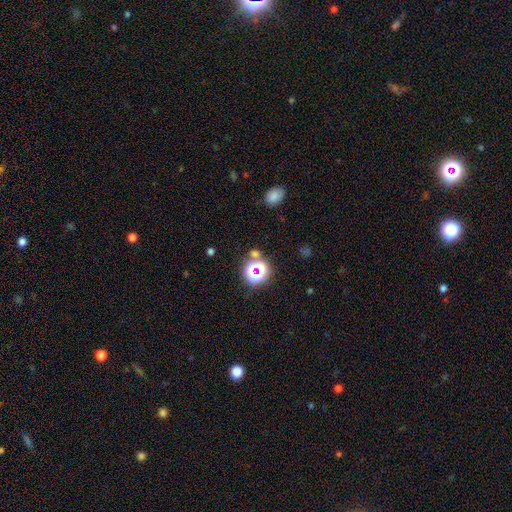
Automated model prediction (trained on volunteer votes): star or artifact 58%, smooth 33%, featured or disk 9%.